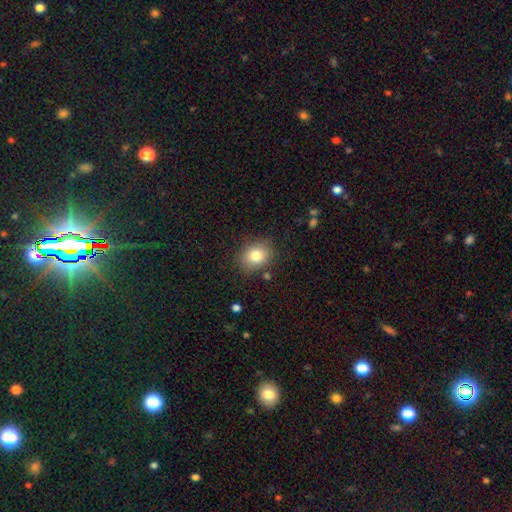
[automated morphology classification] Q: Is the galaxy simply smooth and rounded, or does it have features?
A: smooth — 81%.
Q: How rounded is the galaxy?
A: round — 54%.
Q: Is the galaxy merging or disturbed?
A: none — 82%.